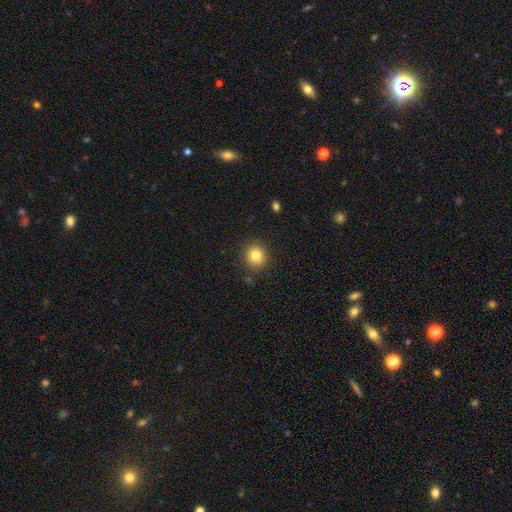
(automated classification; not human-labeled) Q: Smooth or featured?
A: smooth (83%); runner-up: star or artifact (11%)
Q: How rounded?
A: round (85%); runner-up: in between (14%)
Q: Merging?
A: none (88%); runner-up: minor disturbance (8%)